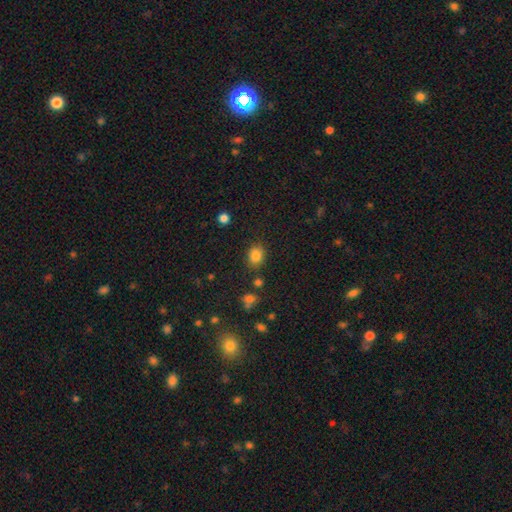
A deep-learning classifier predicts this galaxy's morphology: smooth_or_featured: smooth (p=0.83) [alt: star or artifact p=0.12]
how_rounded: round (p=0.51) [alt: in between p=0.48]
merging: none (p=0.81) [alt: minor disturbance p=0.12]